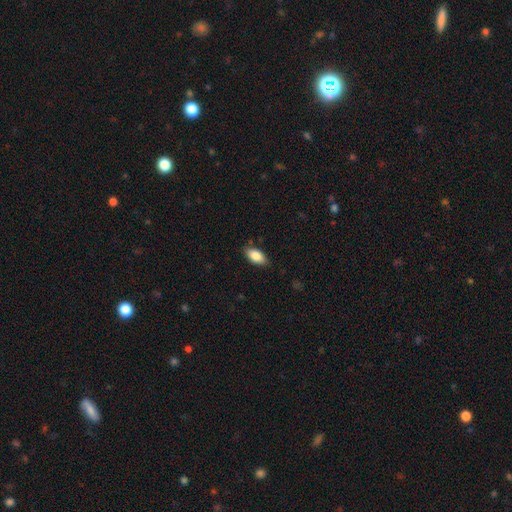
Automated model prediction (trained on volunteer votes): Smooth or featured?
  - smooth: 86% *
  - featured or disk: 8%
  - star or artifact: 7%
How rounded?
  - in between: 92% *
  - cigar-shaped: 6%
  - round: 3%
Merging?
  - none: 83% *
  - minor disturbance: 13%
  - major disturbance: 2%
  - merger: 1%